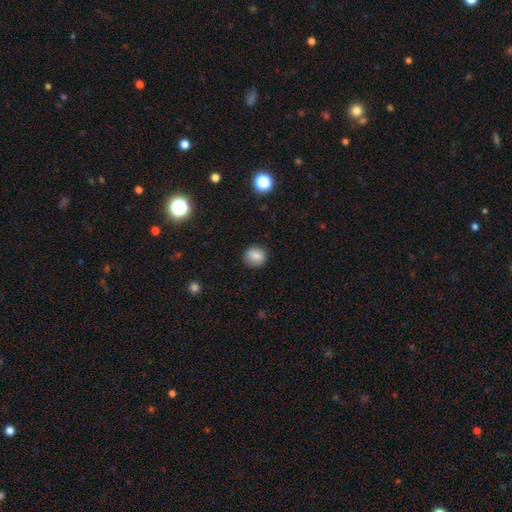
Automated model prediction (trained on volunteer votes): Smooth or featured? smooth (84%)
How rounded? round (79%)
Merging? none (87%)